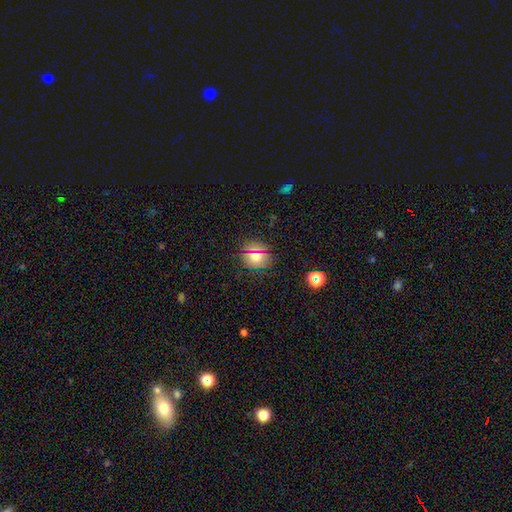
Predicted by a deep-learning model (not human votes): Smooth or featured? Predicted: smooth (p=0.70). How rounded? Predicted: round (p=0.81). Merging? Predicted: none (p=0.86).